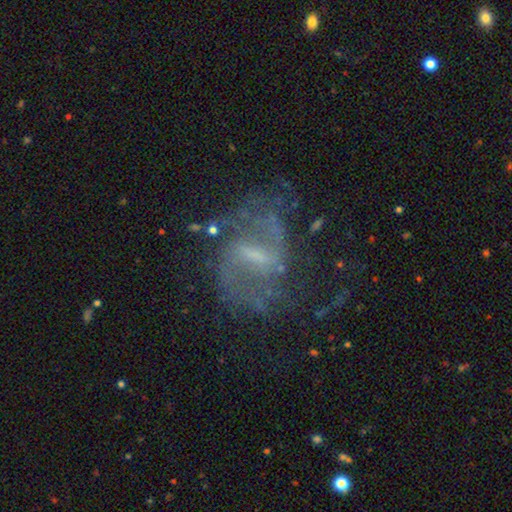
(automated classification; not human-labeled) Q: Smooth or featured?
A: featured or disk (82%); runner-up: star or artifact (10%)
Q: Edge-on disk?
A: no (97%); runner-up: yes (3%)
Q: Bar?
A: weak (51%); runner-up: strong (38%)
Q: Spiral arms?
A: yes (89%); runner-up: no (11%)
Q: Spiral winding?
A: medium (48%); runner-up: loose (35%)
Q: Spiral arm count?
A: 2 (76%); runner-up: can't tell (14%)
Q: Bulge size?
A: small (39%); runner-up: moderate (29%)
Q: Merging?
A: none (61%); runner-up: major disturbance (18%)